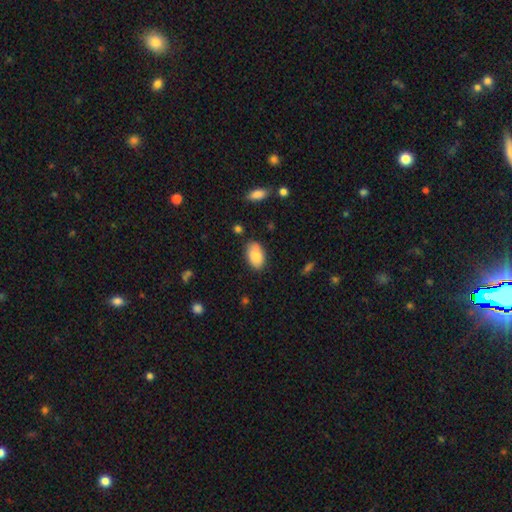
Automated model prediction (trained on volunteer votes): A smooth galaxy with no disk features (86%) that is in between round and cigar-shaped (93%). Merging: none (81%).